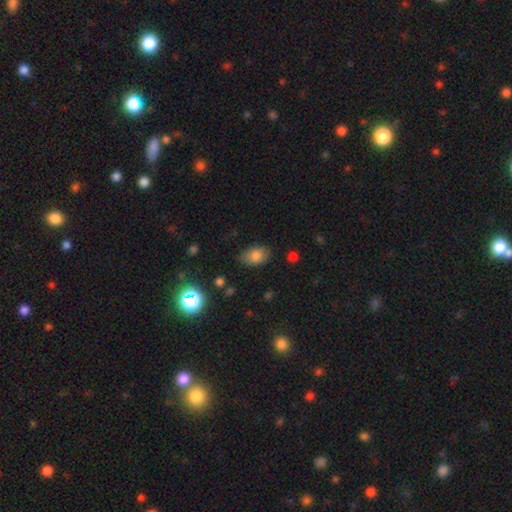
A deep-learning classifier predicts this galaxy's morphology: smooth_or_featured: smooth (p=0.80) [alt: star or artifact p=0.10]
how_rounded: in between (p=0.85) [alt: round p=0.14]
merging: none (p=0.74) [alt: minor disturbance p=0.20]